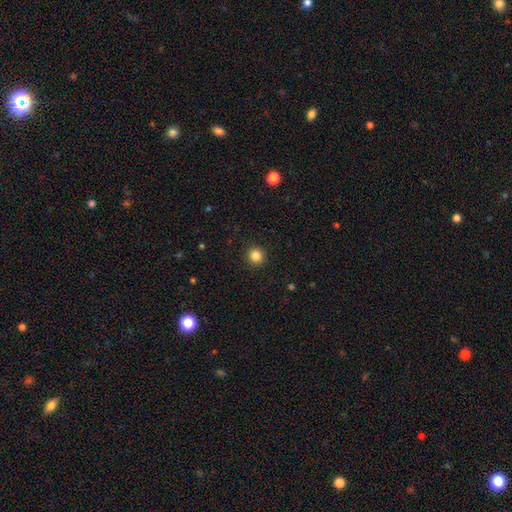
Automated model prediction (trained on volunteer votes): Q: Smooth or featured?
A: smooth (84%); runner-up: star or artifact (12%)
Q: How rounded?
A: round (94%); runner-up: in between (5%)
Q: Merging?
A: none (93%); runner-up: minor disturbance (5%)